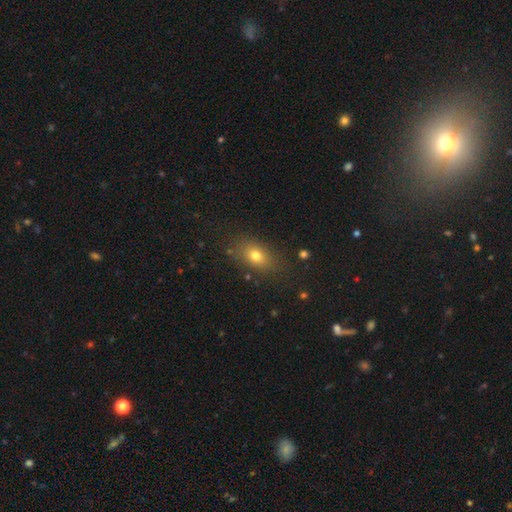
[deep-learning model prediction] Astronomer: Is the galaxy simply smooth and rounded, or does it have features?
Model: smooth — 73%.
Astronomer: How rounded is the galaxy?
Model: in between — 76%.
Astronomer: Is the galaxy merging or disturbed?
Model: none — 81%.